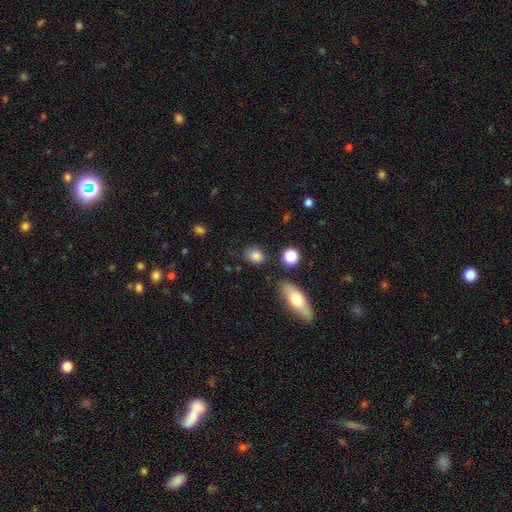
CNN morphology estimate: This appears to be a smooth galaxy with no disk features (83%) that is round (53%). Merging: none (78%).